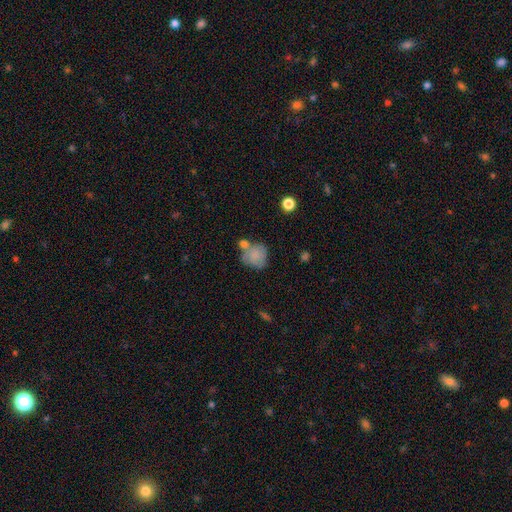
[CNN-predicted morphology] smooth-or-featured: smooth: 75% | featured or disk: 17% | star or artifact: 8%
  how-rounded: round: 73% | in between: 26% | cigar-shaped: 1%
  merging: none: 43% | merger: 25% | minor disturbance: 22% | major disturbance: 11%